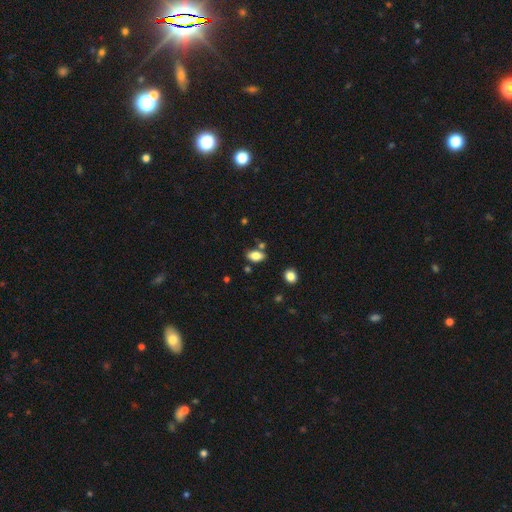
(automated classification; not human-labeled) A smooth galaxy with no disk features (82%) that is in between round and cigar-shaped (90%). Merging: none (74%).